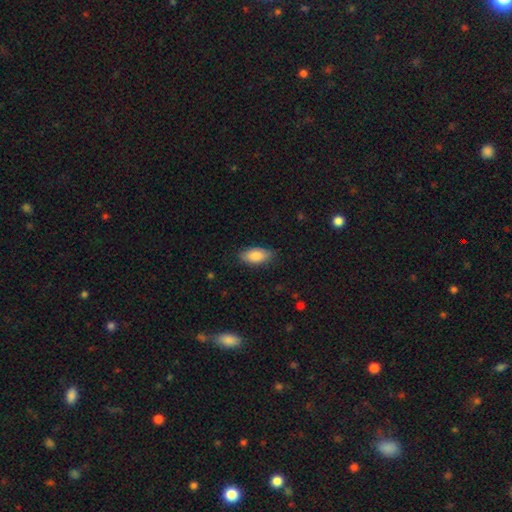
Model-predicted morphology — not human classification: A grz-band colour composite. It shows a smooth galaxy with no disk features (84%) that is in between round and cigar-shaped (91%). Merging: none (82%).